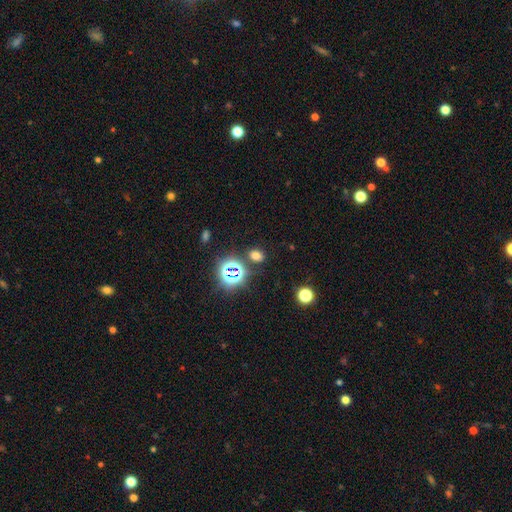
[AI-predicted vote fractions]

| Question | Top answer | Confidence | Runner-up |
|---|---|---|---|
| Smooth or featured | smooth | 61% | star or artifact (32%) |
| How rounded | in between | 64% | round (35%) |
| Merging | none | 81% | minor disturbance (10%) |